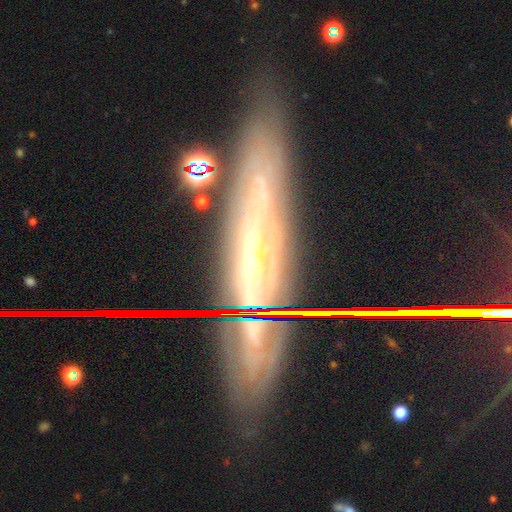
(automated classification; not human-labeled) Smooth or featured? featured or disk (66%)
Edge-on disk? yes (71%)
Merging? none (80%)